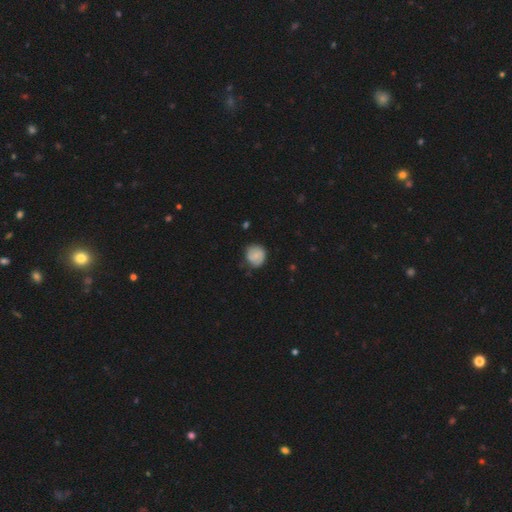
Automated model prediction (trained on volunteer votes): smooth_or_featured: smooth (p=0.67) [alt: featured or disk p=0.25]
how_rounded: round (p=0.84) [alt: in between p=0.15]
merging: none (p=0.66) [alt: minor disturbance p=0.27]